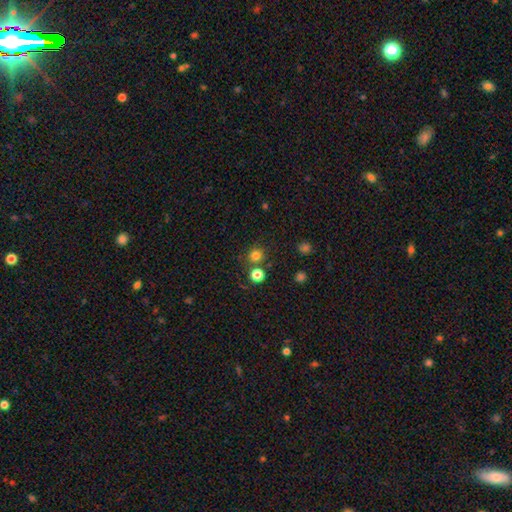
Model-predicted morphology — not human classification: Smooth or featured? smooth (78%)
How rounded? round (91%)
Merging? none (77%)